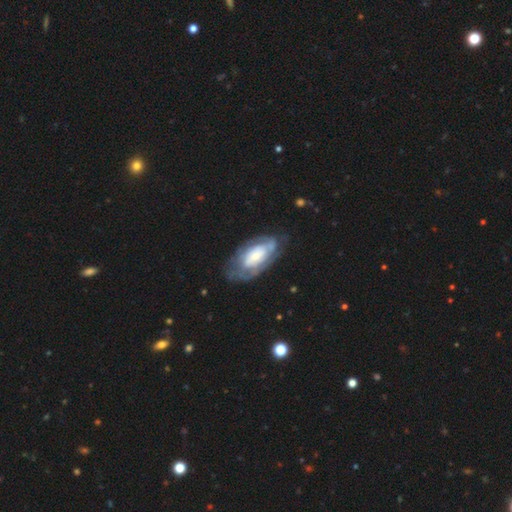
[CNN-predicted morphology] smooth_or_featured: featured or disk (p=0.66) [alt: smooth p=0.29]
disk_edge_on: no (p=0.92) [alt: yes p=0.08]
bar: no (p=0.69) [alt: weak p=0.23]
has_spiral_arms: yes (p=0.71) [alt: no p=0.29]
bulge_size: small (p=0.41) [alt: moderate p=0.30]
merging: none (p=0.65) [alt: minor disturbance p=0.22]